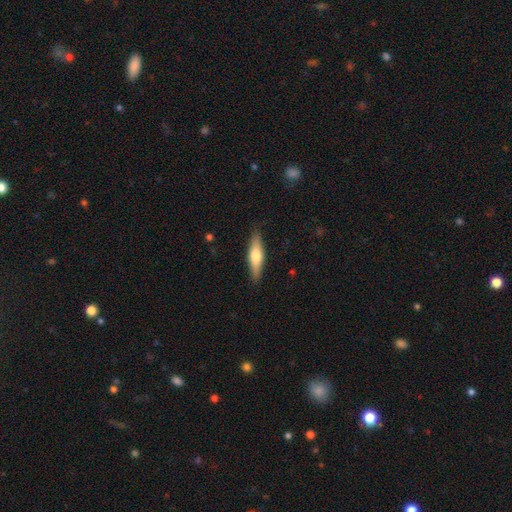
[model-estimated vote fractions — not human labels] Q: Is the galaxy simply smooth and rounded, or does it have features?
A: smooth — 60%.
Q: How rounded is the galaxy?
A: cigar-shaped — 66%.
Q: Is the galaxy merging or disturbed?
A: none — 87%.